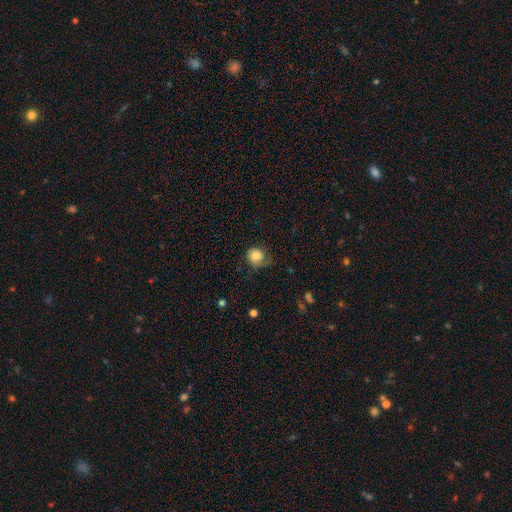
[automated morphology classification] smooth_or_featured: smooth (p=0.69) [alt: featured or disk p=0.23]
how_rounded: round (p=0.72) [alt: in between p=0.27]
merging: none (p=0.43) [alt: minor disturbance p=0.29]